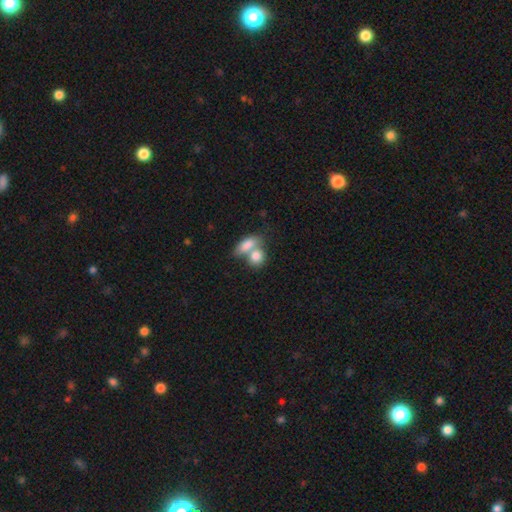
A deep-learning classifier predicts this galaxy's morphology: smooth 82%, featured or disk 12%, star or artifact 7%. Down the decision tree: how rounded — in between (62%); merging — merger (62%).